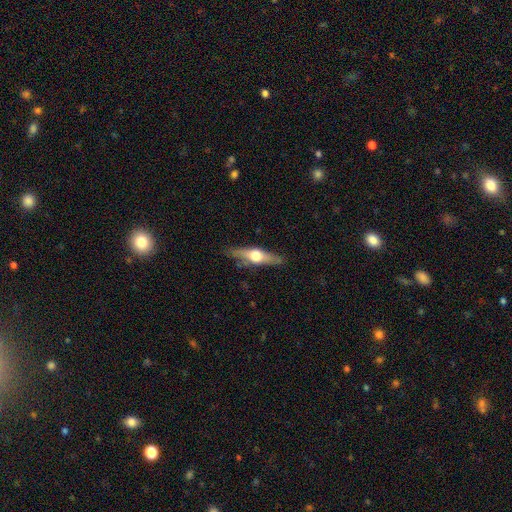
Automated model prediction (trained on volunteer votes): Smooth or featured? Predicted: featured or disk (p=0.61). Edge-on disk? Predicted: yes (p=0.94). Edge-on bulge? Predicted: rounded (p=0.95). Merging? Predicted: none (p=0.83).